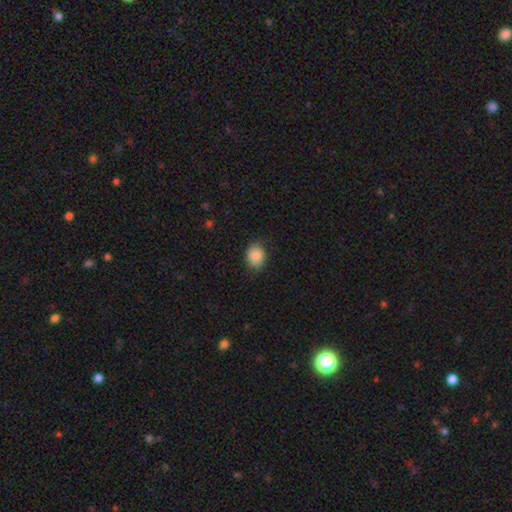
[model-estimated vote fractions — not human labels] The model was most divided on "how rounded": round: 50%, in between: 49%, cigar-shaped: 1%. More confident: smooth or featured — smooth (87%); merging — none (75%).